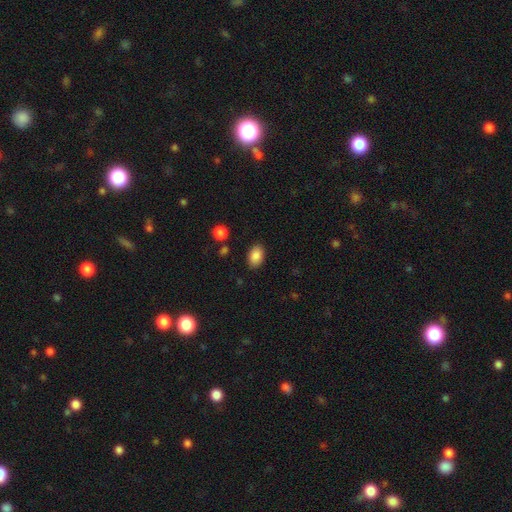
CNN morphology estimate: Smooth or featured? smooth (87%)
How rounded? in between (87%)
Merging? none (87%)